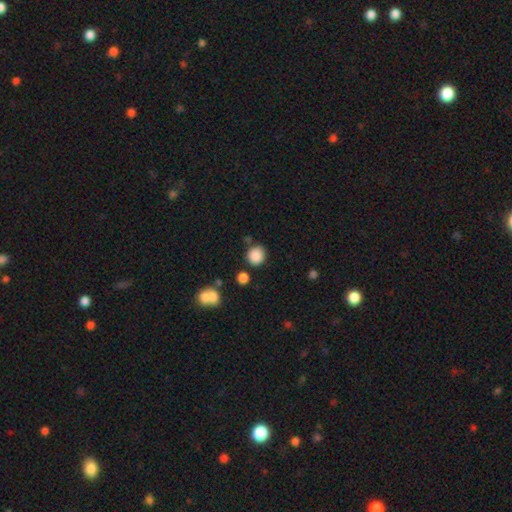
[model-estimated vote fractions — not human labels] Q: Smooth or featured?
A: smooth (86%); runner-up: star or artifact (10%)
Q: How rounded?
A: round (83%); runner-up: in between (16%)
Q: Merging?
A: none (76%); runner-up: minor disturbance (13%)